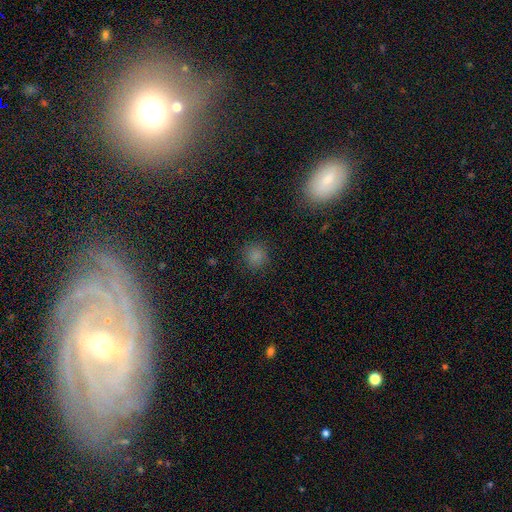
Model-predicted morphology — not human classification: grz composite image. It shows a smooth galaxy with no disk features (82%) that is round (91%). Merging: none (88%).